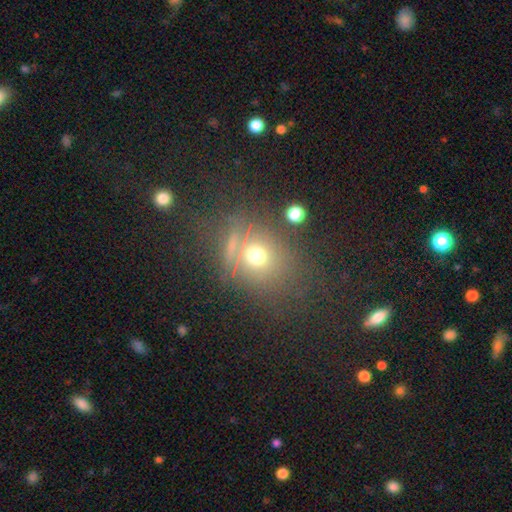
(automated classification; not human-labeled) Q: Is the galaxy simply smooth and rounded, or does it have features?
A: smooth — 64%.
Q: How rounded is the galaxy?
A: round — 70%.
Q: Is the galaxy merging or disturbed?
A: none — 68%.